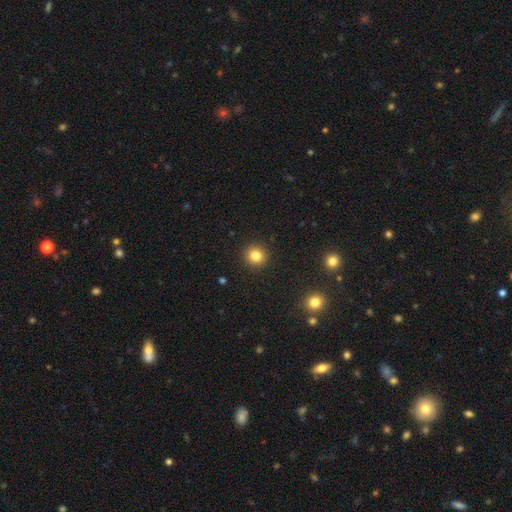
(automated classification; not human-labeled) Smooth or featured? smooth (83%)
How rounded? round (93%)
Merging? none (92%)